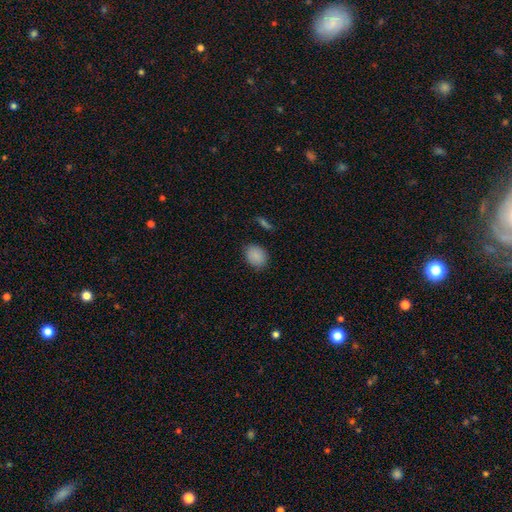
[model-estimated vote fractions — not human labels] Smooth or featured? smooth (88%)
How rounded? in between (57%)
Merging? none (83%)